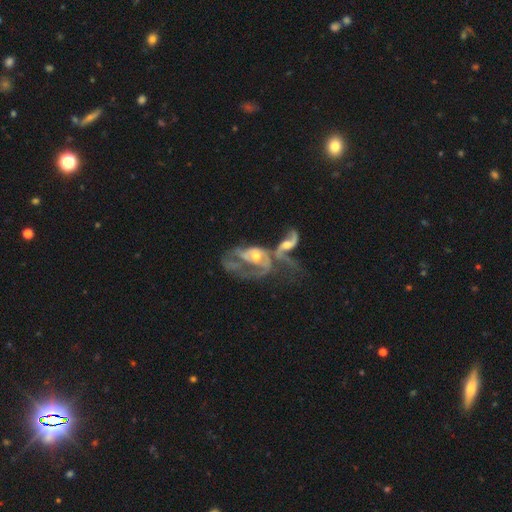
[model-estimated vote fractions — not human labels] Morphology: type=featured or disk (79%); edge-on=no (96%); bar=no (69%); spiral arms=yes (73%); winding=loose (42%); arm count=2 (46%); bulge=moderate (54%); merging=merger (65%).